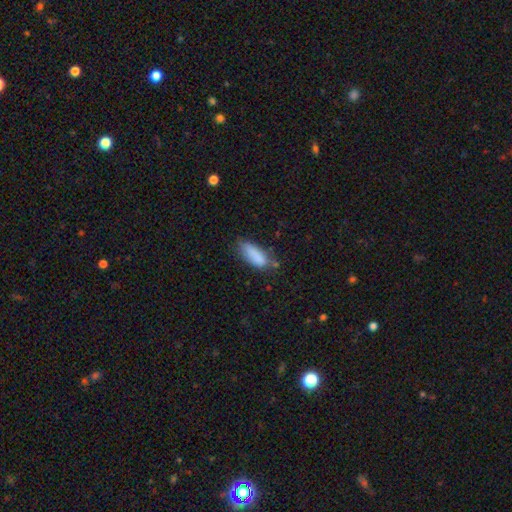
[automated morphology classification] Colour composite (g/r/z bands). It shows a smooth galaxy with no disk features (84%) that is in between round and cigar-shaped (71%). Merging: none (53%).